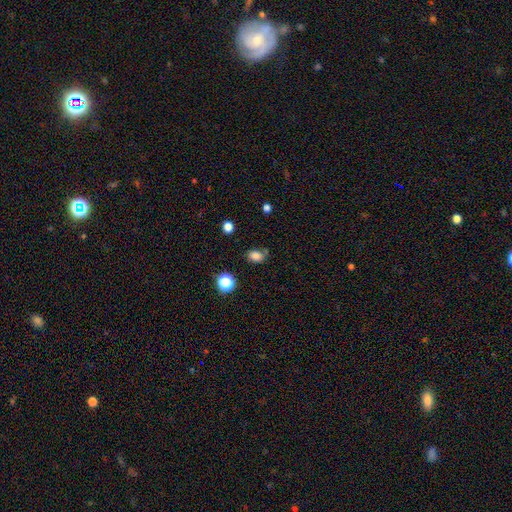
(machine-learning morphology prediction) type=smooth (80%); roundness=in between (69%); merging=none (63%).